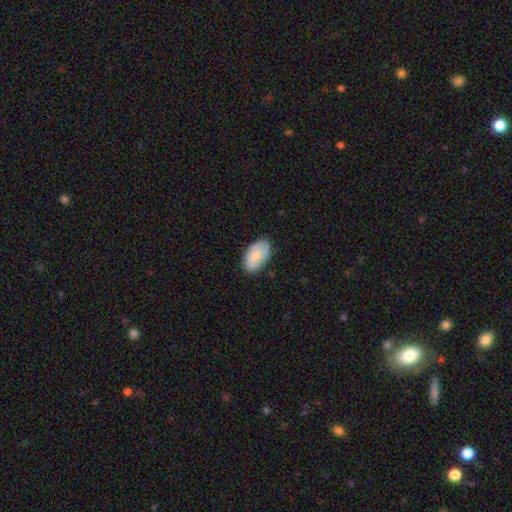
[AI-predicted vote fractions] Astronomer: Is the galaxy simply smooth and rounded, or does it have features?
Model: smooth — 77%.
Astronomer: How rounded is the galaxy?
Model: in between — 93%.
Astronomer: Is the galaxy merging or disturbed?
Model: none — 80%.